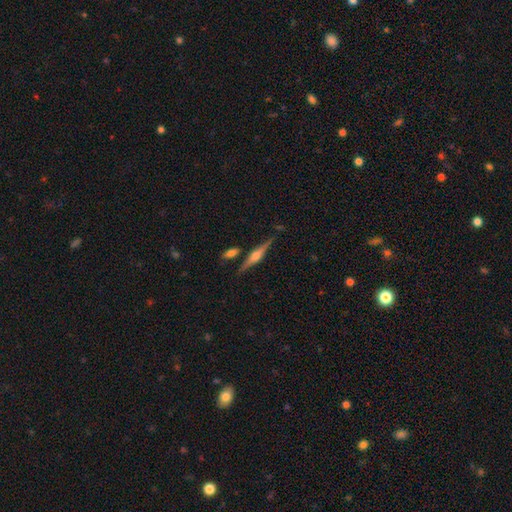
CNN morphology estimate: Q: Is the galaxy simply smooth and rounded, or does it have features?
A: featured or disk — 79%.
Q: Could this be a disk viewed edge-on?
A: yes — 98%.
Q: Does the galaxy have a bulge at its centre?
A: rounded — 90%.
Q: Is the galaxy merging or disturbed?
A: none — 82%.